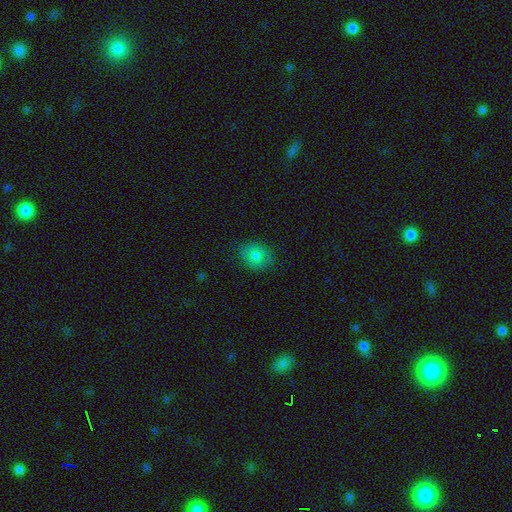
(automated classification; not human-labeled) A smooth galaxy with no disk features (80%) that is in between round and cigar-shaped (57%).

Vote fractions:
- Smooth or featured? smooth: 80% / featured or disk: 10% / star or artifact: 10%
- How rounded? in between: 57% / round: 42% / cigar-shaped: 1%
- Merging? none: 82% / minor disturbance: 14% / major disturbance: 3% / merger: 1%